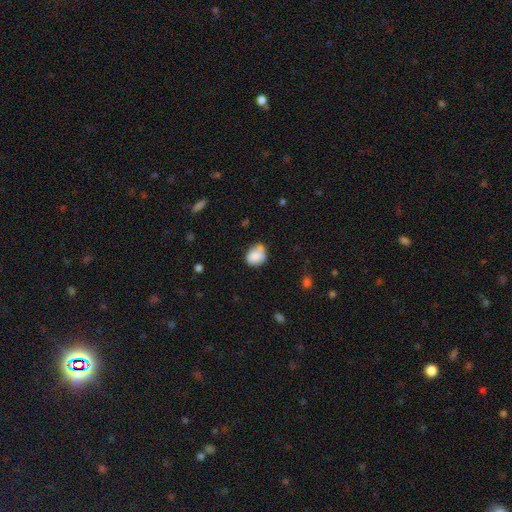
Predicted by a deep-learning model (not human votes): Q: Smooth or featured?
A: smooth (82%); runner-up: featured or disk (10%)
Q: How rounded?
A: round (57%); runner-up: in between (42%)
Q: Merging?
A: none (53%); runner-up: minor disturbance (25%)